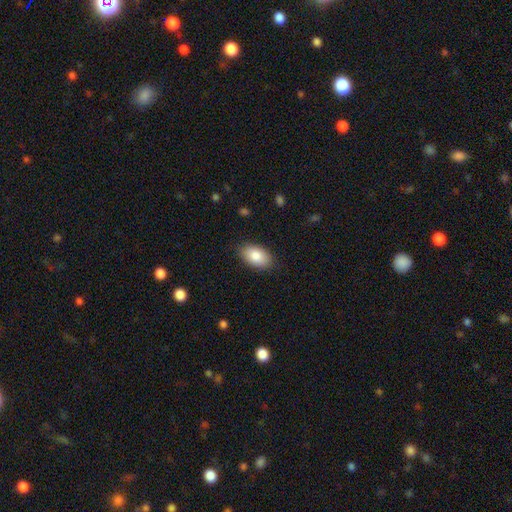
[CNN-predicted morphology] smooth_or_featured: smooth (p=0.85) [alt: featured or disk p=0.08]
how_rounded: in between (p=0.92) [alt: round p=0.06]
merging: none (p=0.86) [alt: minor disturbance p=0.11]